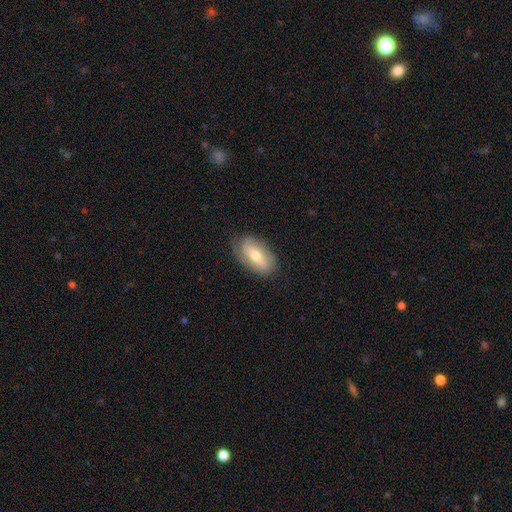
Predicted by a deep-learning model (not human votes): Smooth or featured?
  - featured or disk: 56% *
  - smooth: 37%
  - star or artifact: 6%
Edge-on disk?
  - no: 89% *
  - yes: 11%
Bar?
  - weak: 35% *
  - no: 34%
  - strong: 31%
Spiral arms?
  - yes: 75% *
  - no: 25%
Bulge size?
  - moderate: 62% *
  - small: 32%
  - large: 4%
  - none: 1%
  - dominant: 1%
Merging?
  - none: 75% *
  - minor disturbance: 18%
  - major disturbance: 6%
  - merger: 1%